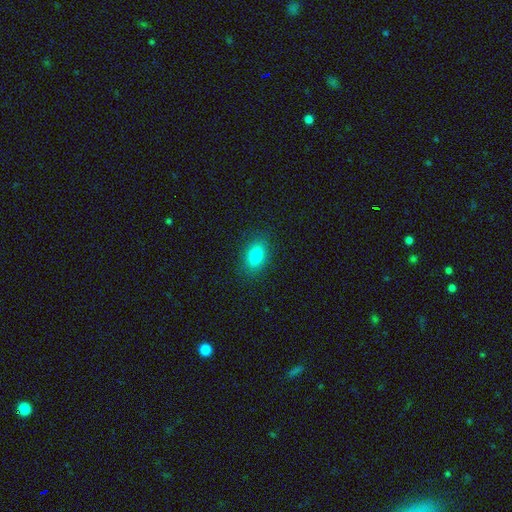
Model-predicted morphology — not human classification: smooth-or-featured: smooth: 83% | star or artifact: 9% | featured or disk: 8%
  how-rounded: in between: 85% | round: 13% | cigar-shaped: 2%
  merging: none: 87% | minor disturbance: 10% | major disturbance: 3% | merger: 1%